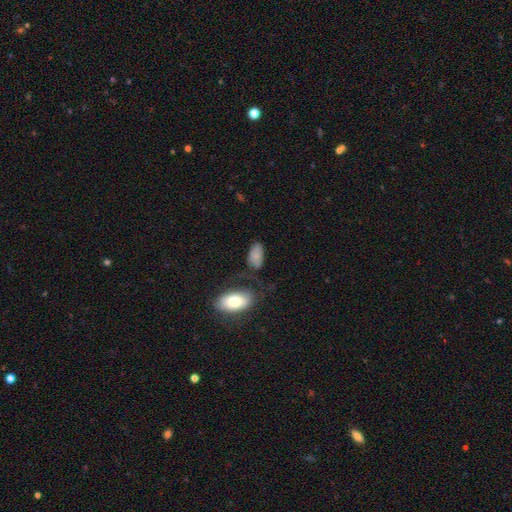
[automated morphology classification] Smooth or featured? smooth (75%)
How rounded? in between (92%)
Merging? none (48%)